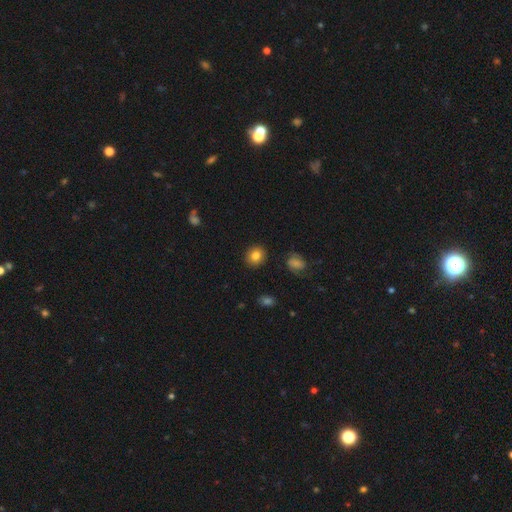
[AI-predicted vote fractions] smooth-or-featured: smooth: 82% | star or artifact: 10% | featured or disk: 8%
  how-rounded: round: 80% | in between: 19% | cigar-shaped: 1%
  merging: none: 89% | minor disturbance: 7% | major disturbance: 2% | merger: 1%